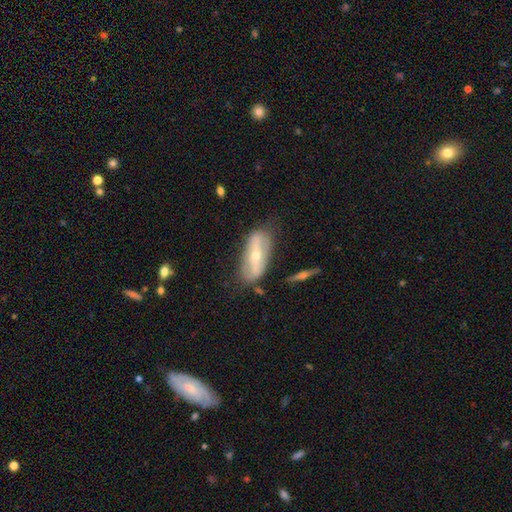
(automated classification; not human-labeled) A featured or disk galaxy (65%) with a strong bar (55%), no spiral arms (53%) and a small central bulge (52%).

Vote fractions:
- Smooth or featured? featured or disk: 65% / smooth: 28% / star or artifact: 7%
- Edge-on disk? no: 78% / yes: 22%
- Bar? strong: 55% / no: 23% / weak: 22%
- Spiral arms? no: 53% / yes: 47%
- Bulge size? small: 52% / moderate: 44% / large: 2% / none: 1% / dominant: 1%
- Merging? none: 68% / minor disturbance: 22% / major disturbance: 8% / merger: 3%